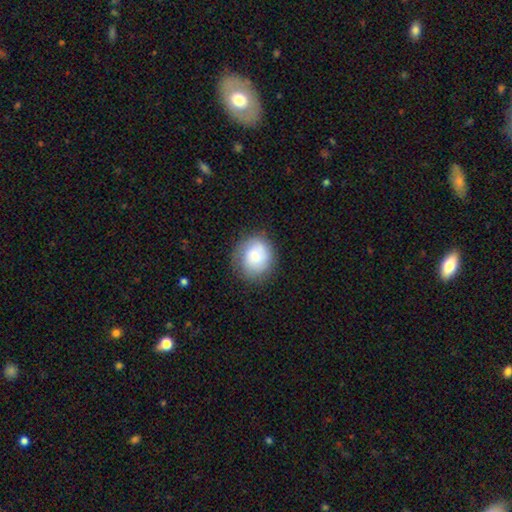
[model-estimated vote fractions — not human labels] A smooth galaxy with no disk features (69%) that is round (77%). Merging: none (75%).